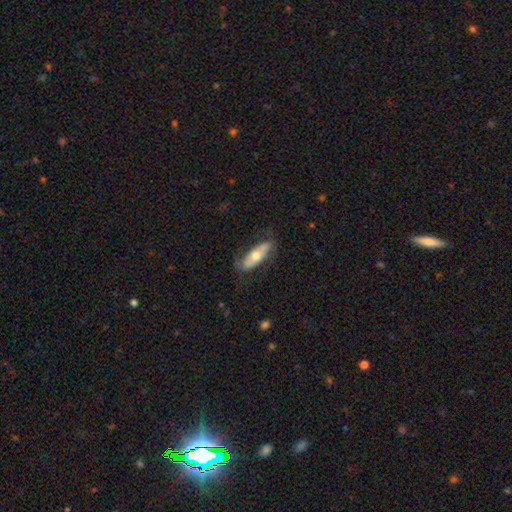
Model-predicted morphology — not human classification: This appears to be a smooth galaxy with no disk features (53%) that is in between round and cigar-shaped (59%). Merging: none (72%).